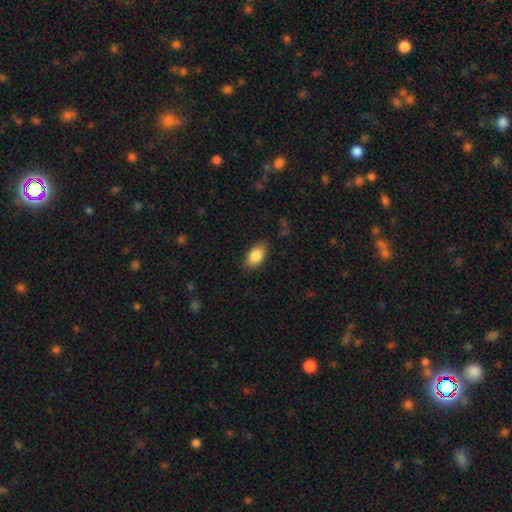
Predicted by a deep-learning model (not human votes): smooth 85%, featured or disk 8%, star or artifact 7%. Down the decision tree: how rounded — in between (91%); merging — none (81%).